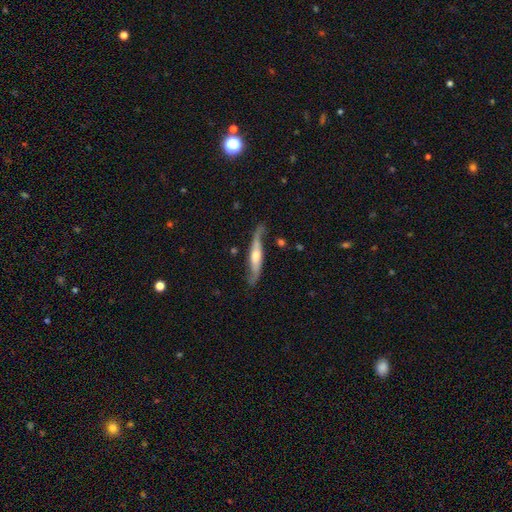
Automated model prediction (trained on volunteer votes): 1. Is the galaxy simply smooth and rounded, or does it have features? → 79% featured or disk, 16% smooth, 5% star or artifact.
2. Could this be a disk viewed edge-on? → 52% yes, 48% no.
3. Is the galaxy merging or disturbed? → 74% none, 18% minor disturbance, 6% major disturbance, 2% merger.